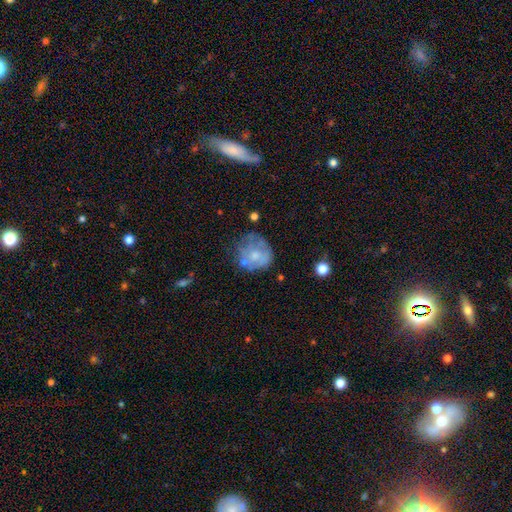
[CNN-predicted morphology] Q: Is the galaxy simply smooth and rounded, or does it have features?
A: smooth — 52%.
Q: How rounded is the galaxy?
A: round — 80%.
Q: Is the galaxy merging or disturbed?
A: none — 51%.